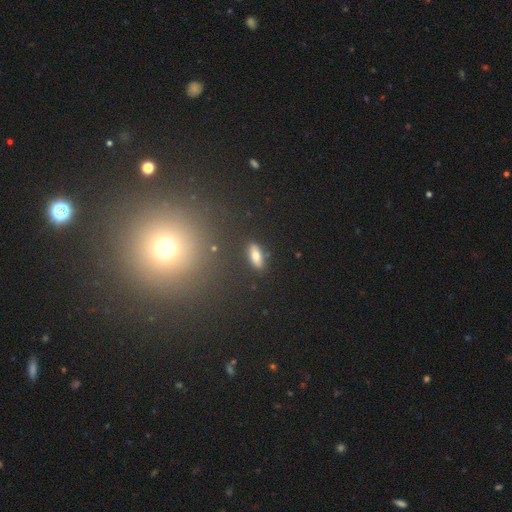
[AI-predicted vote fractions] Smooth or featured?
  - smooth: 74% *
  - featured or disk: 15%
  - star or artifact: 11%
How rounded?
  - in between: 77% *
  - cigar-shaped: 18%
  - round: 5%
Merging?
  - none: 86% *
  - minor disturbance: 9%
  - major disturbance: 3%
  - merger: 2%